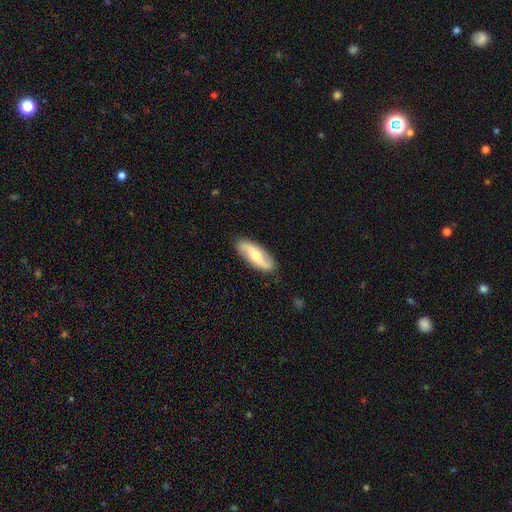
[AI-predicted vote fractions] featured or disk 67%, smooth 28%, star or artifact 5%. Down the decision tree: edge-on disk — no (88%); bar — no (44%); spiral arms — yes (92%); spiral arm count — 2 (92%); spiral winding — loose (64%); bulge size — moderate (57%); merging — none (86%).